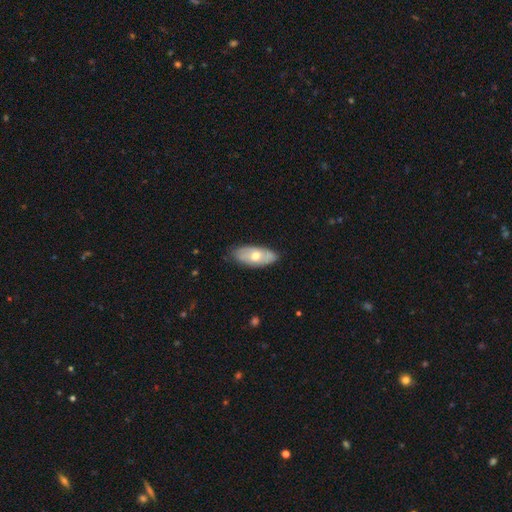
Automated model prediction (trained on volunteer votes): Smooth or featured? smooth (50%)
How rounded? in between (87%)
Merging? none (80%)